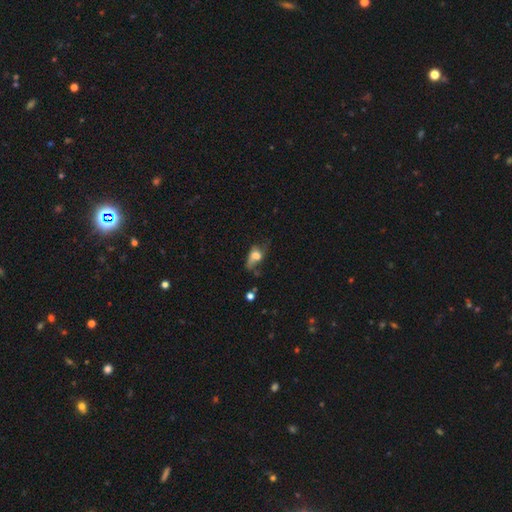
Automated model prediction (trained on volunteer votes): smooth_or_featured: smooth (p=0.52) [alt: featured or disk p=0.35]
how_rounded: in between (p=0.72) [alt: round p=0.21]
merging: major disturbance (p=0.38) [alt: none p=0.28]